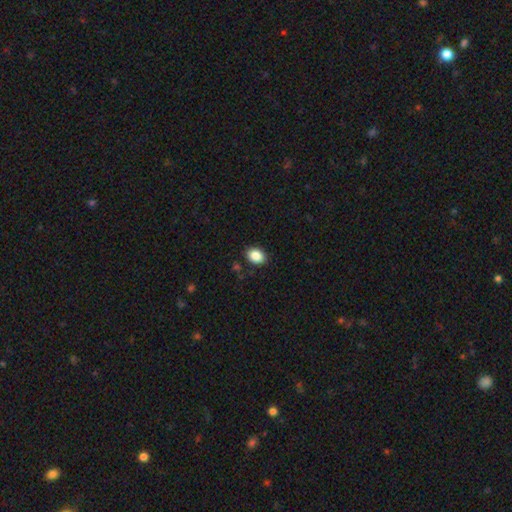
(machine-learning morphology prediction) smooth 88%, star or artifact 8%, featured or disk 4%. Down the decision tree: how rounded — in between (73%); merging — none (88%).